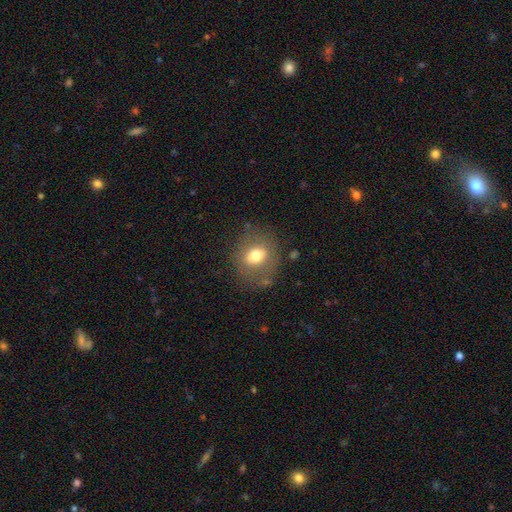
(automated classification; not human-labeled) smooth-or-featured: smooth: 69% | featured or disk: 22% | star or artifact: 10%
  how-rounded: round: 62% | in between: 37% | cigar-shaped: 1%
  merging: none: 74% | minor disturbance: 16% | major disturbance: 8% | merger: 3%